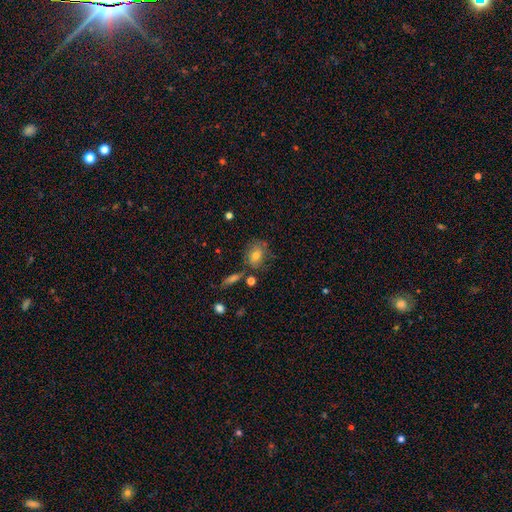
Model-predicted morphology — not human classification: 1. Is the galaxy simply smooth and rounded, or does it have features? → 68% smooth, 22% featured or disk, 10% star or artifact.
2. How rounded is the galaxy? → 57% in between, 41% round, 2% cigar-shaped.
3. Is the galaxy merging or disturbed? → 57% none, 24% minor disturbance, 10% major disturbance, 9% merger.